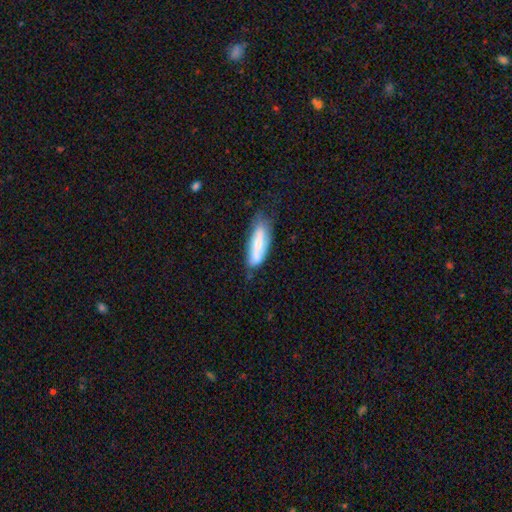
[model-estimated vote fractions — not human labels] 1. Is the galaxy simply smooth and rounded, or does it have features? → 56% smooth, 38% featured or disk, 6% star or artifact.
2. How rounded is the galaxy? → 56% in between, 42% cigar-shaped, 2% round.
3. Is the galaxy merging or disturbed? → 59% none, 28% minor disturbance, 8% major disturbance, 4% merger.